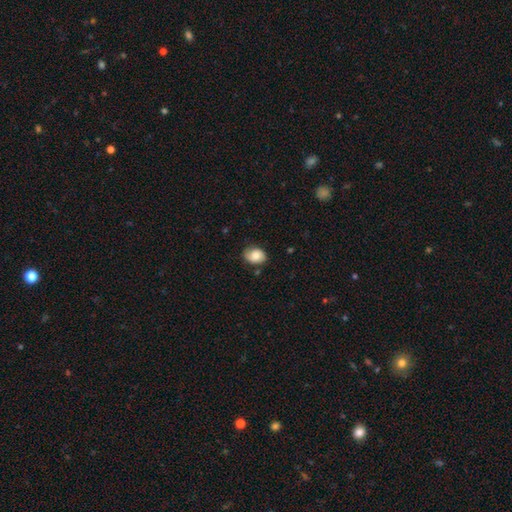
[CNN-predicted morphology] A smooth galaxy with no disk features (71%) that is in between round and cigar-shaped (64%).

Vote fractions:
- Smooth or featured? smooth: 71% / featured or disk: 21% / star or artifact: 8%
- How rounded? in between: 64% / round: 35% / cigar-shaped: 1%
- Merging? none: 69% / minor disturbance: 23% / major disturbance: 5% / merger: 2%